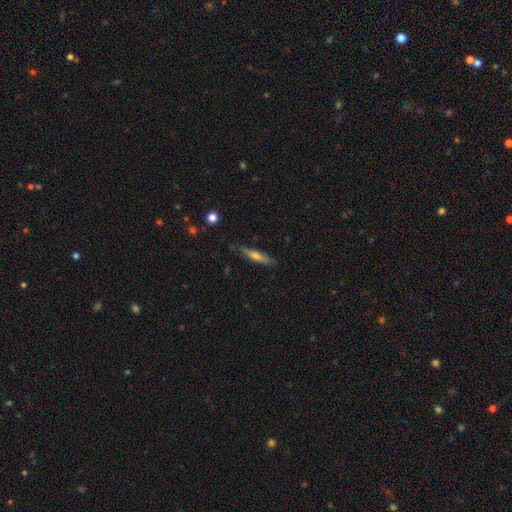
Smooth or featured?
  - smooth: 50% *
  - featured or disk: 47%
  - star or artifact: 3%
How rounded?
  - cigar-shaped: 72% *
  - in between: 22%
  - round: 6%
Merging?
  - none: 83% *
  - minor disturbance: 14%
  - major disturbance: 3%
  - merger: 0%